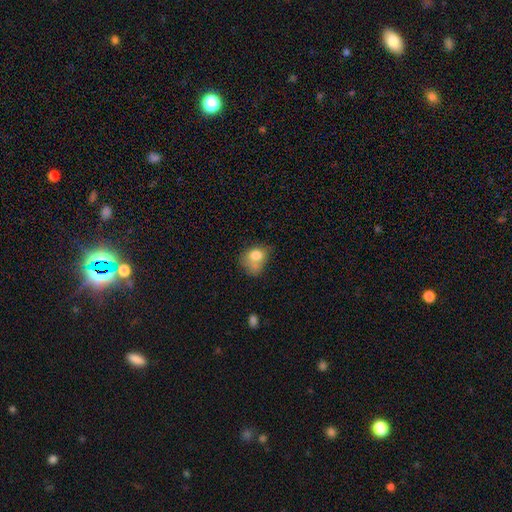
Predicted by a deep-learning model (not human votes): This appears to be a smooth galaxy with no disk features (75%) that is in between round and cigar-shaped (56%). Merging: none (29%).